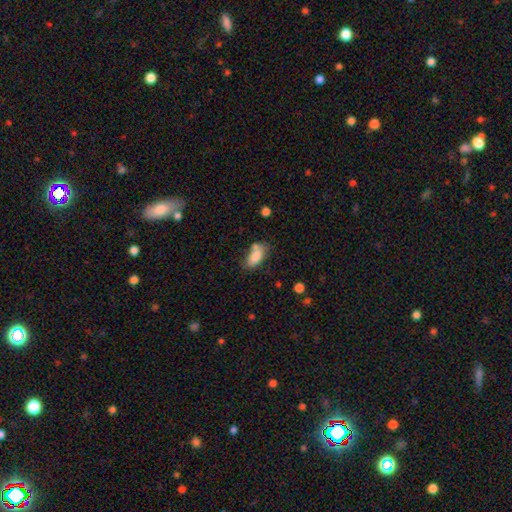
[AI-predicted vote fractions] Morphology: type=smooth (83%); roundness=in between (88%); merging=none (56%).